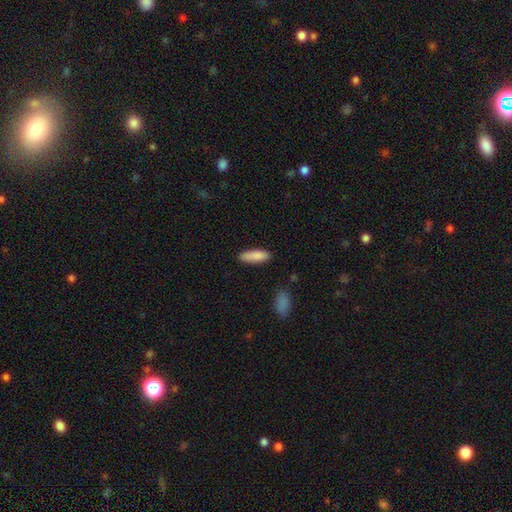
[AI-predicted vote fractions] smooth 86%, featured or disk 8%, star or artifact 6%. Down the decision tree: how rounded — in between (50%); merging — none (81%).